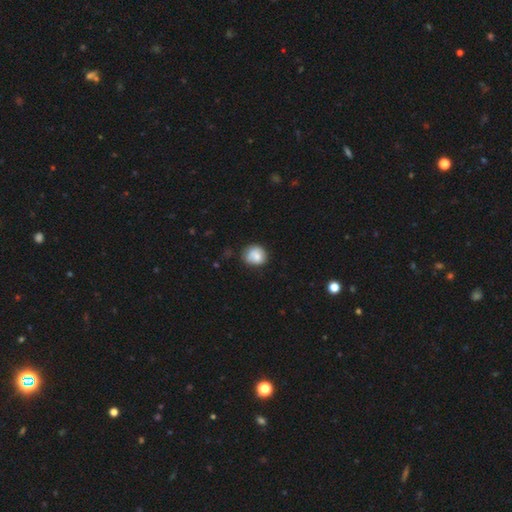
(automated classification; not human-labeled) A smooth galaxy with no disk features (74%) that is round (73%). Merging: none (61%).